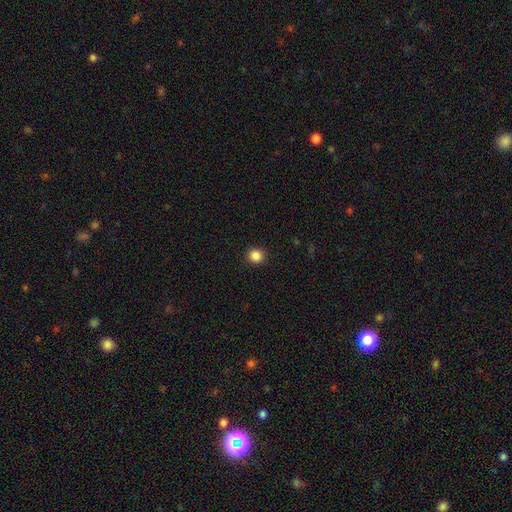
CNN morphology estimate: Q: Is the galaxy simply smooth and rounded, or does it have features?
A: smooth — 86%.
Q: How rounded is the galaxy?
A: round — 92%.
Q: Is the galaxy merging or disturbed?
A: none — 92%.